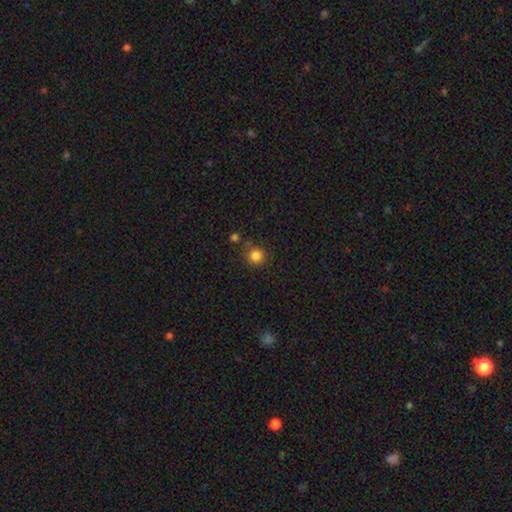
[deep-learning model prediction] This appears to be a smooth galaxy with no disk features (83%) that is round (92%). Merging: none (79%).